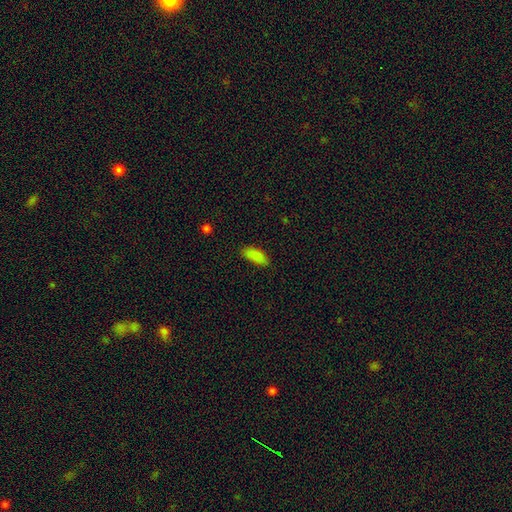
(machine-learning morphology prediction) smooth_or_featured: smooth (p=0.87) [alt: star or artifact p=0.08]
how_rounded: in between (p=0.82) [alt: cigar-shaped p=0.16]
merging: none (p=0.84) [alt: minor disturbance p=0.12]